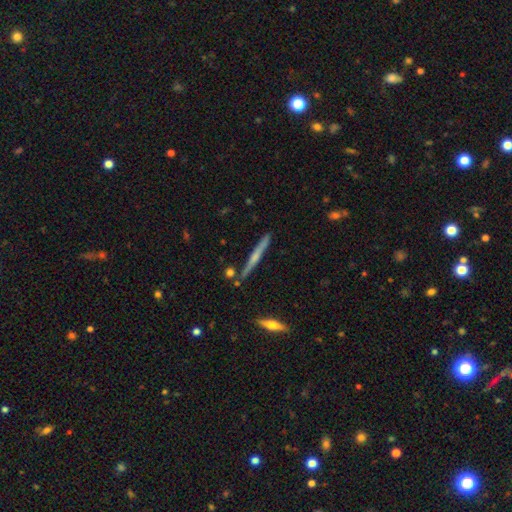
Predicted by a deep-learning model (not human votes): Smooth or featured: featured or disk — 64% (smooth — 29%)
Edge-on disk: yes — 98% (no — 2%)
Edge-on bulge: rounded — 65% (none — 27%)
Merging: none — 87% (minor disturbance — 9%)